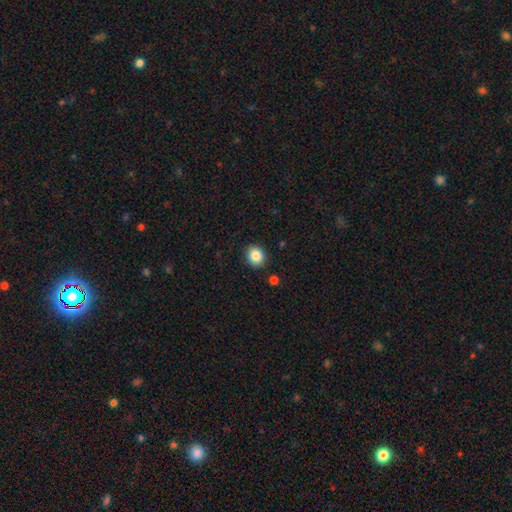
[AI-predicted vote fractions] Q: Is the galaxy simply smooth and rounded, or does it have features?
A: smooth — 86%.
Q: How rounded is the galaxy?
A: round — 70%.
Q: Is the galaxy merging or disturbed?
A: none — 89%.